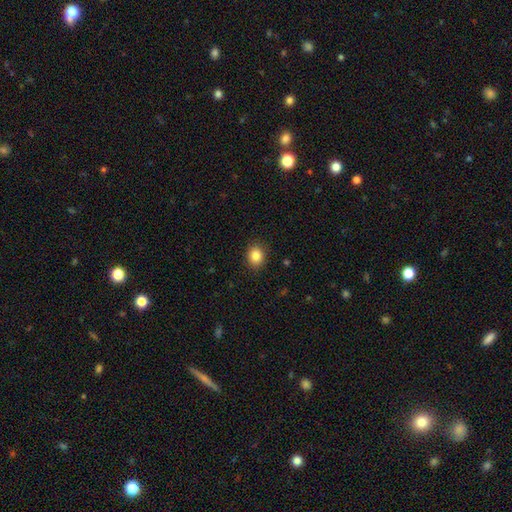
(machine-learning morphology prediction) This is clearly a smooth galaxy (84%). How rounded: likely round (64%). Merging: clearly none (89%).